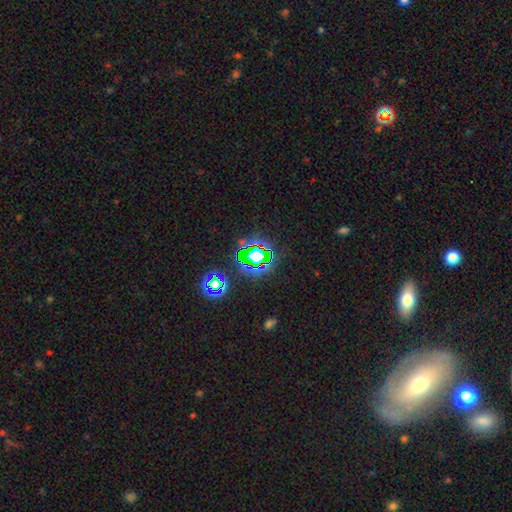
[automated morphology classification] Overall: star or artifact (71%).